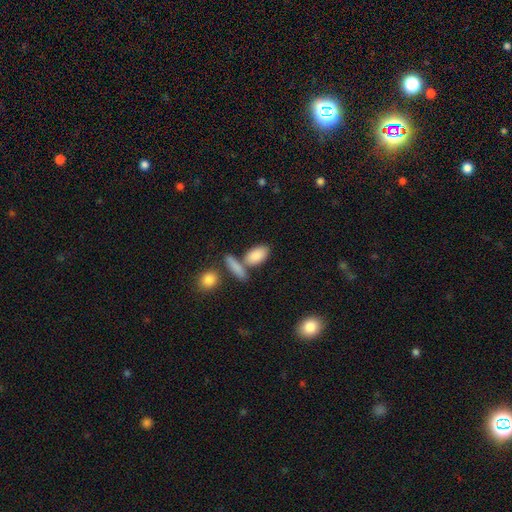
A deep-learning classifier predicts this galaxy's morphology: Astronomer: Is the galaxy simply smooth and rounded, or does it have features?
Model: smooth — 85%.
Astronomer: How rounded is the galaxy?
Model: in between — 88%.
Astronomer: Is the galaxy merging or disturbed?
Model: none — 59%.